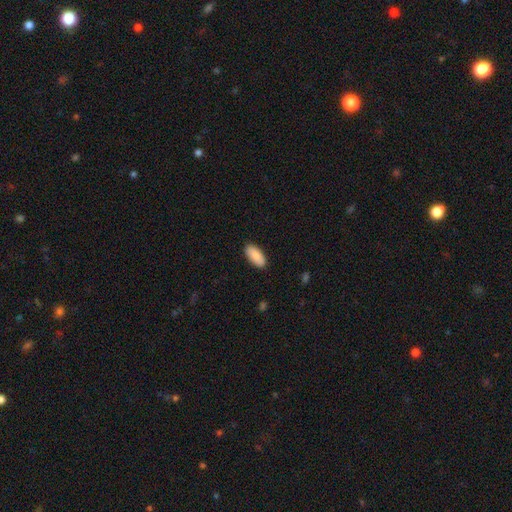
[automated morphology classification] smooth-or-featured: smooth: 90% | star or artifact: 6% | featured or disk: 5%
  how-rounded: in between: 88% | cigar-shaped: 10% | round: 2%
  merging: none: 89% | minor disturbance: 8% | major disturbance: 2% | merger: 1%